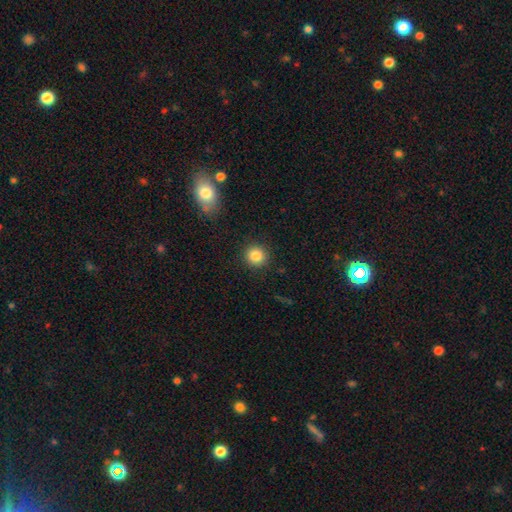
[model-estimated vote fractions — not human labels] smooth-or-featured: smooth: 85% | star or artifact: 10% | featured or disk: 5%
  how-rounded: round: 93% | in between: 6% | cigar-shaped: 1%
  merging: none: 91% | minor disturbance: 6% | major disturbance: 2% | merger: 1%